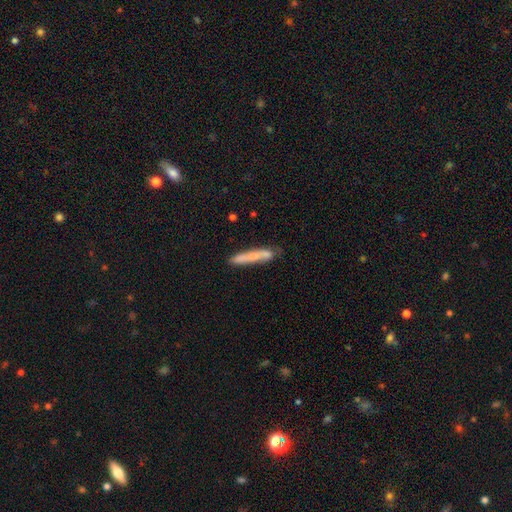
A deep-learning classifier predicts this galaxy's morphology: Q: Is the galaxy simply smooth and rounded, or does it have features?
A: smooth — 63%.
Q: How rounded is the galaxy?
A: cigar-shaped — 91%.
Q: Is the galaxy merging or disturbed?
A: none — 66%.